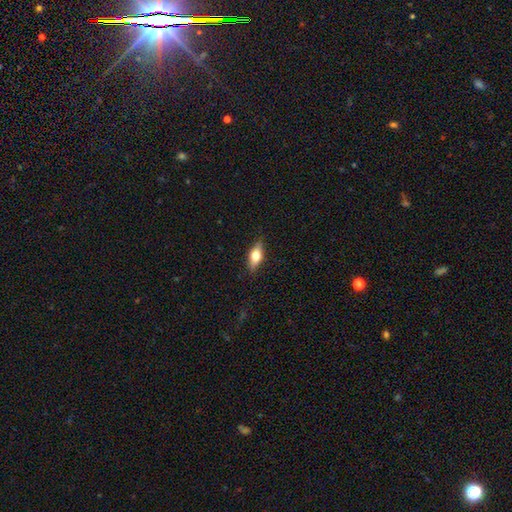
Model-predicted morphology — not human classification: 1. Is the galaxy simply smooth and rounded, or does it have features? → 57% smooth, 36% featured or disk, 7% star or artifact.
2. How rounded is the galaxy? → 72% in between, 23% cigar-shaped, 5% round.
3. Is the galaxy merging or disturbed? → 87% none, 10% minor disturbance, 2% major disturbance, 1% merger.